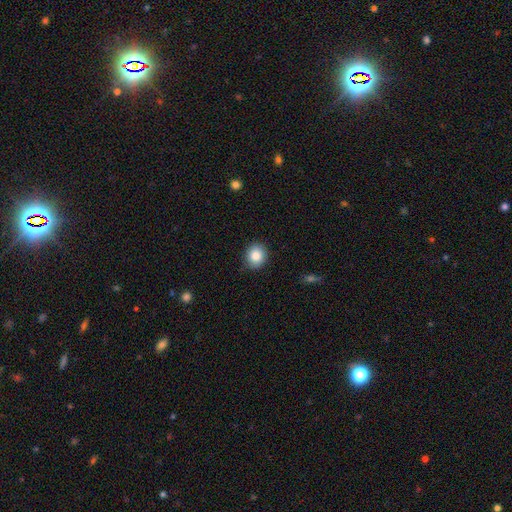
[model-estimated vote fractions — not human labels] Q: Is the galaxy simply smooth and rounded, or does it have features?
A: smooth — 86%.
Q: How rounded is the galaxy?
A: round — 76%.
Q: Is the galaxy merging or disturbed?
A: none — 86%.